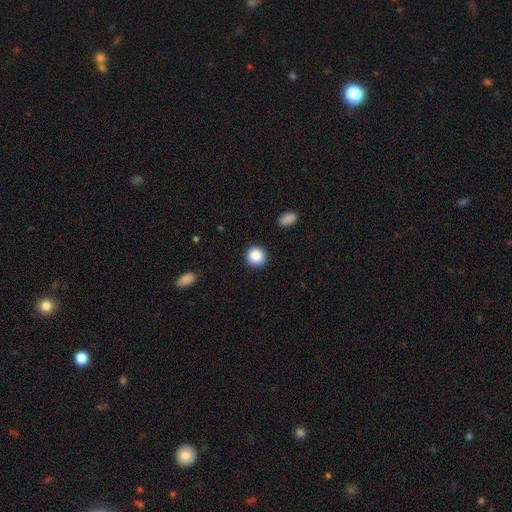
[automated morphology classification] Smooth or featured?
  - smooth: 87% *
  - star or artifact: 9%
  - featured or disk: 4%
How rounded?
  - round: 93% *
  - in between: 6%
  - cigar-shaped: 1%
Merging?
  - none: 91% *
  - minor disturbance: 6%
  - major disturbance: 2%
  - merger: 1%